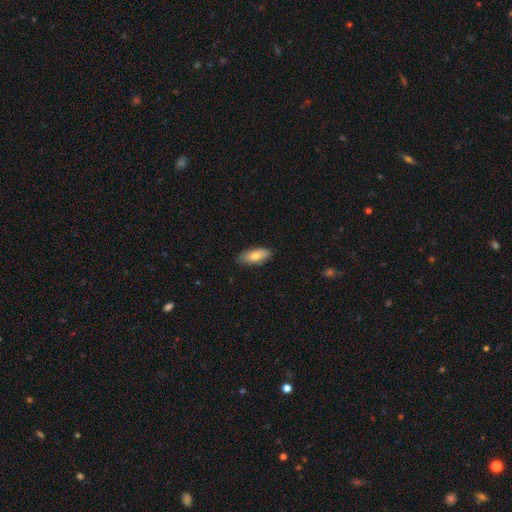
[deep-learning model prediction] smooth 77%, featured or disk 17%, star or artifact 6%. Down the decision tree: how rounded — in between (81%); merging — none (86%).